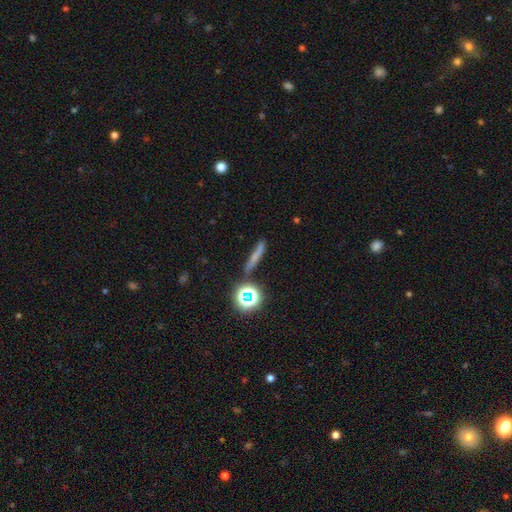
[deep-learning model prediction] A smooth galaxy with no disk features (56%) that is cigar-shaped (82%). Merging: none (75%).